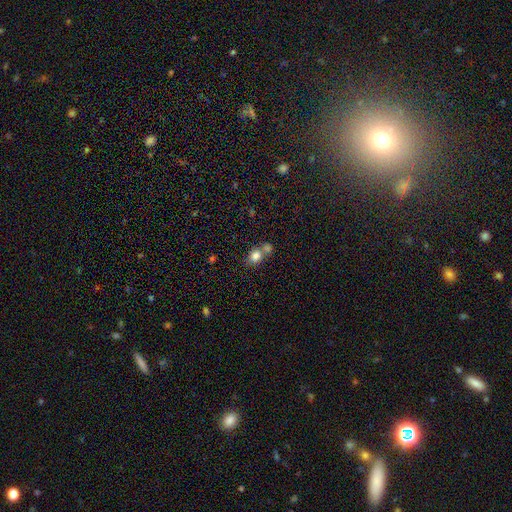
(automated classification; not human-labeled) smooth-or-featured: smooth: 81% | star or artifact: 10% | featured or disk: 9%
  how-rounded: round: 56% | in between: 42% | cigar-shaped: 1%
  merging: none: 45% | merger: 41% | minor disturbance: 10% | major disturbance: 4%